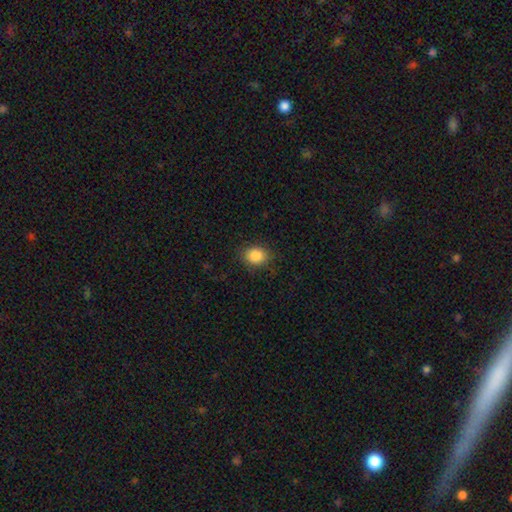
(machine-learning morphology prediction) Overall: smooth (87%). How rounded: round (57%; in between 42%). Merging: none (85%).